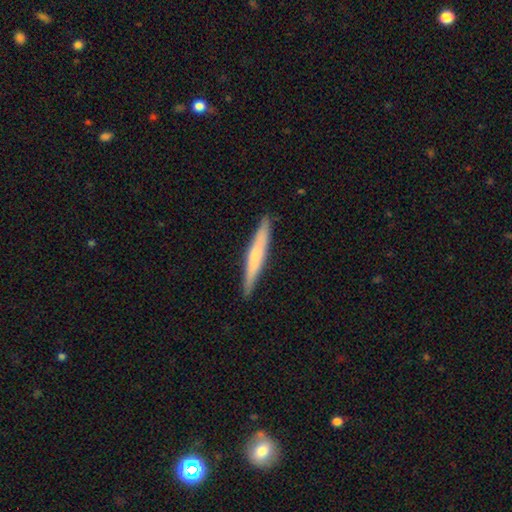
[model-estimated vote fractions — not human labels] smooth-or-featured: smooth: 56% | featured or disk: 39% | star or artifact: 5%
  how-rounded: cigar-shaped: 95% | in between: 4% | round: 1%
  merging: none: 90% | minor disturbance: 8% | major disturbance: 1% | merger: 1%